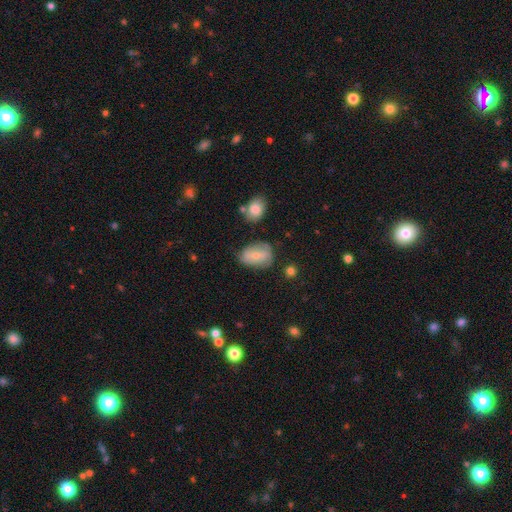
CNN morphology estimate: Q: Smooth or featured?
A: smooth (58%); runner-up: featured or disk (34%)
Q: How rounded?
A: in between (77%); runner-up: round (21%)
Q: Merging?
A: none (57%); runner-up: minor disturbance (30%)